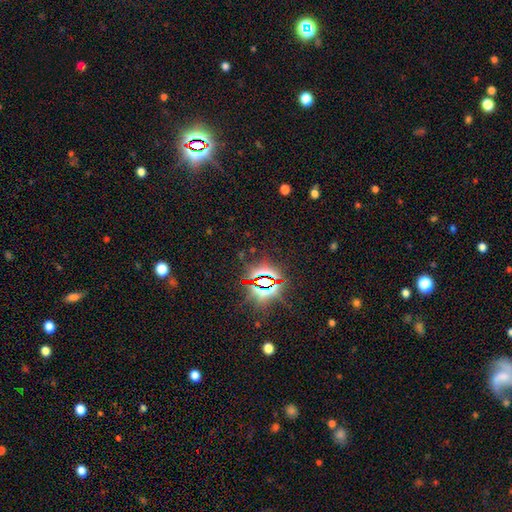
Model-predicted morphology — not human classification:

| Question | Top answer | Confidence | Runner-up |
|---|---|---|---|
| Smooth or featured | star or artifact | 84% | smooth (9%) |